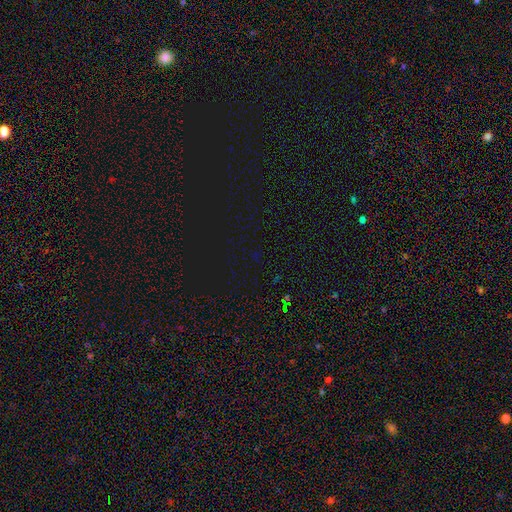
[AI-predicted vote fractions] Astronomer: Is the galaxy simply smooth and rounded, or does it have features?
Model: star or artifact — 77%.